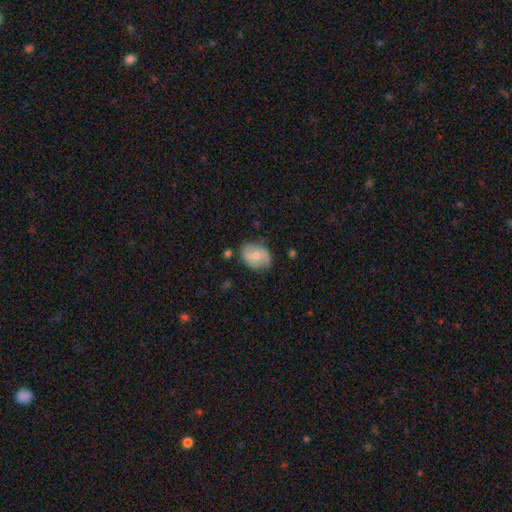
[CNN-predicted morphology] A smooth galaxy with no disk features (58%) that is in between round and cigar-shaped (72%). Merging: none (69%).